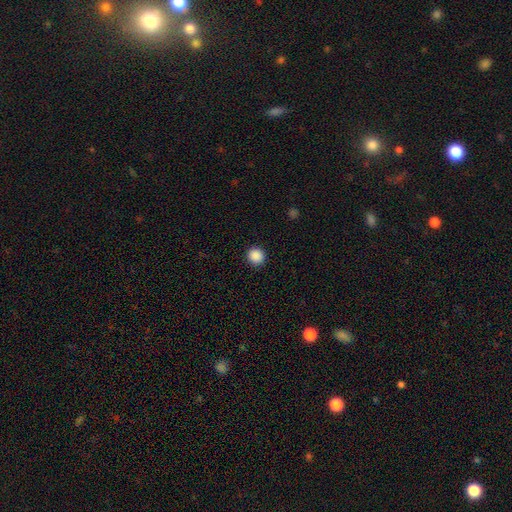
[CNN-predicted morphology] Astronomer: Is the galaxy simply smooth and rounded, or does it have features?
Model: smooth — 89%.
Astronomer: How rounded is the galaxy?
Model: round — 91%.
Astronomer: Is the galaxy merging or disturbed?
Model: none — 92%.